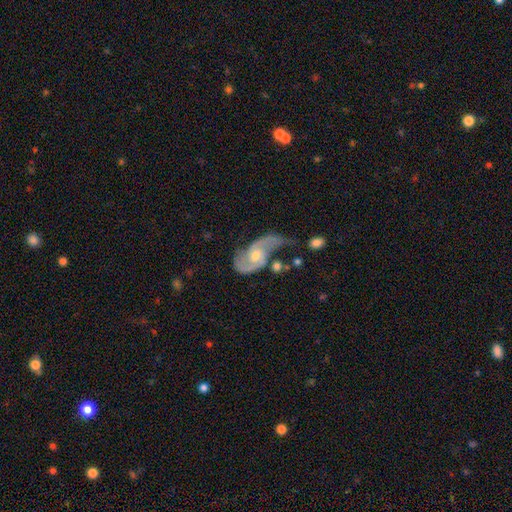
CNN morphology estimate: Overall: featured or disk (83%). Edge-on disk: no (96%). Bar: no (66%; weak 28%). Spiral arms: yes (93%). Spiral arm count: 2 (85%). Spiral winding: loose (45%; medium 39%). Bulge size: moderate (56%; small 39%). Merging: none (34%; major disturbance 28%).